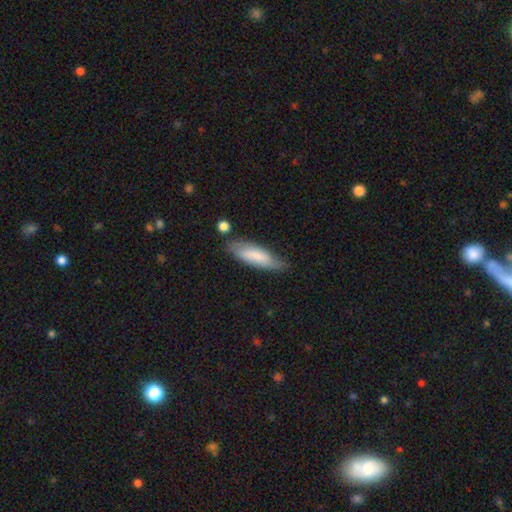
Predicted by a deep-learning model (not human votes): Q: Smooth or featured?
A: smooth (71%); runner-up: featured or disk (23%)
Q: How rounded?
A: cigar-shaped (51%); runner-up: in between (47%)
Q: Merging?
A: none (68%); runner-up: minor disturbance (22%)